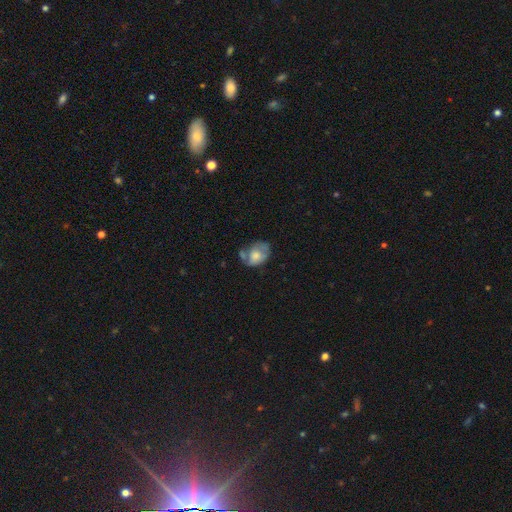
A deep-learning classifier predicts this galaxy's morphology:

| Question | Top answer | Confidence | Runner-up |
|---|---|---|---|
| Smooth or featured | smooth | 59% | featured or disk (34%) |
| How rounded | in between | 74% | round (25%) |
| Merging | none | 34% | minor disturbance (30%) |